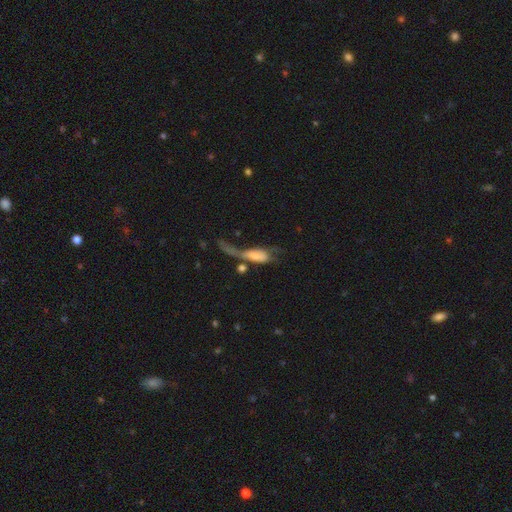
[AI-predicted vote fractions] Smooth or featured? smooth (51%)
How rounded? in between (73%)
Merging? major disturbance (47%)